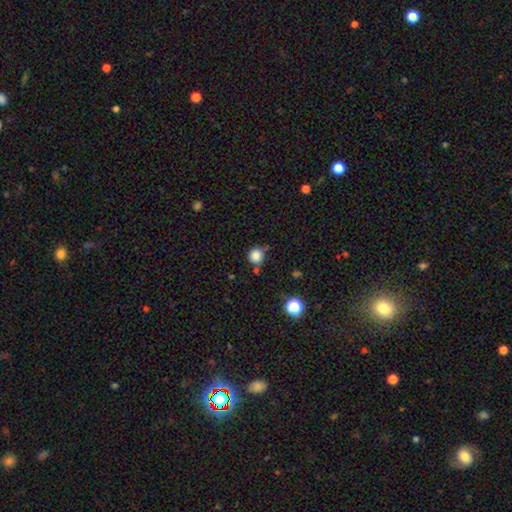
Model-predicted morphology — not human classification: smooth-or-featured: smooth: 83% | star or artifact: 12% | featured or disk: 5%
  how-rounded: round: 91% | in between: 8% | cigar-shaped: 1%
  merging: none: 69% | minor disturbance: 18% | merger: 8% | major disturbance: 4%